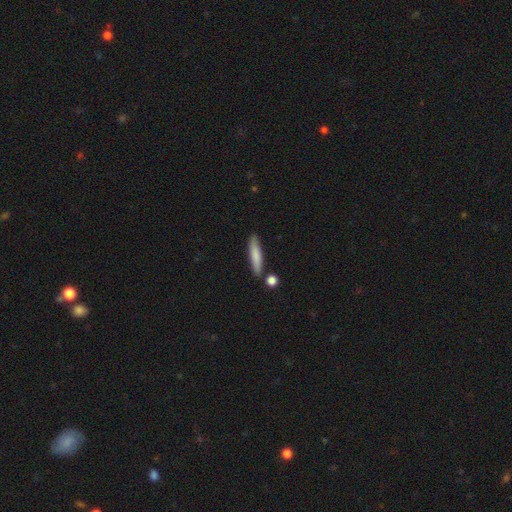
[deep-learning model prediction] The model was most divided on "smooth or featured": smooth: 78%, featured or disk: 16%, star or artifact: 6%. More confident: how rounded — cigar-shaped (85%); merging — none (81%).